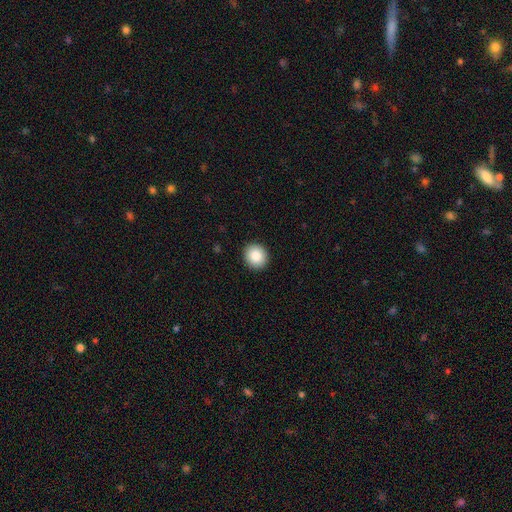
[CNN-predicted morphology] This appears to be a smooth galaxy with no disk features (86%) that is round (85%). Merging: none (92%).